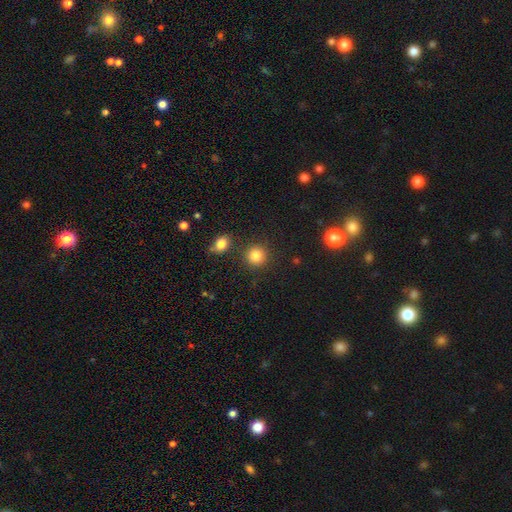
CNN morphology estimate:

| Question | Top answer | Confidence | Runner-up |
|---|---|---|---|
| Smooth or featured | smooth | 83% | star or artifact (12%) |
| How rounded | round | 91% | in between (8%) |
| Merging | none | 86% | minor disturbance (7%) |